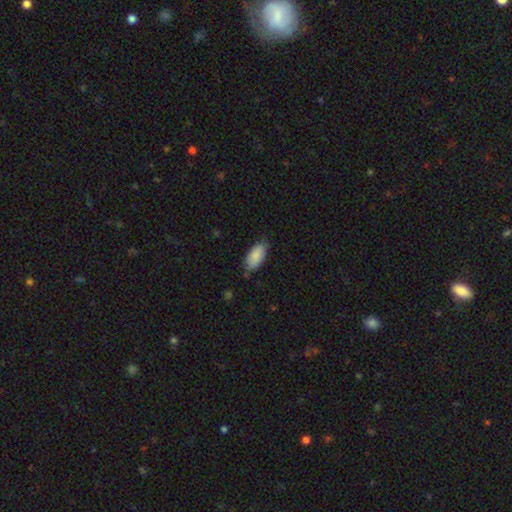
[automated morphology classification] Overall: smooth (85%). How rounded: in between (92%). Merging: none (74%).